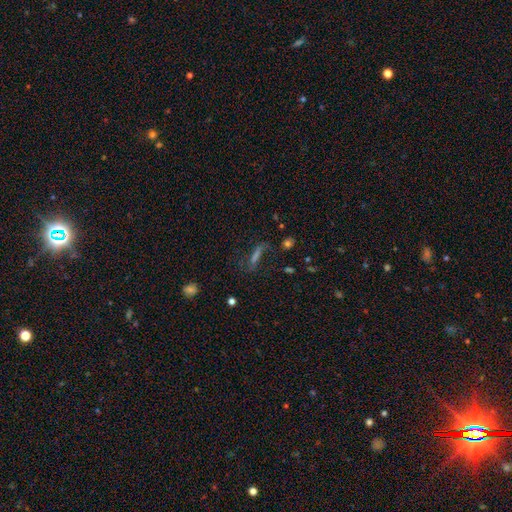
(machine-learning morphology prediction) smooth_or_featured: smooth (p=0.37) [alt: featured or disk p=0.35]
merging: none (p=0.59) [alt: major disturbance p=0.19]